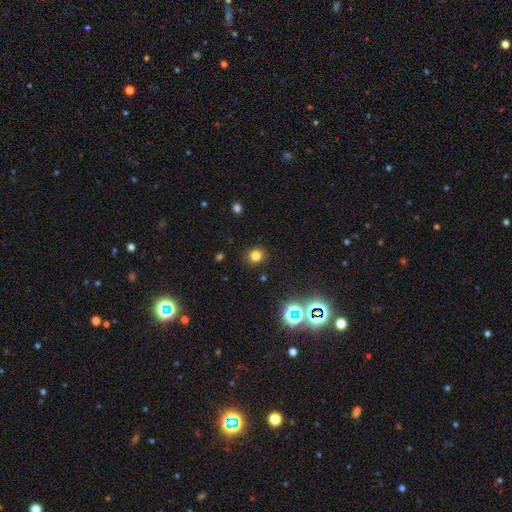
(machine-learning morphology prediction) This appears to be a smooth galaxy with no disk features (77%) that is round (86%). Merging: none (89%).